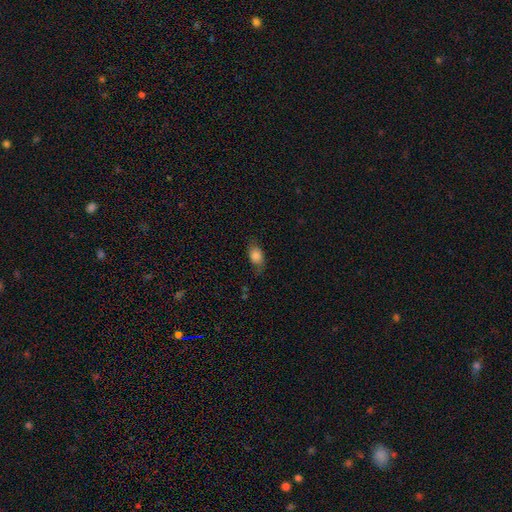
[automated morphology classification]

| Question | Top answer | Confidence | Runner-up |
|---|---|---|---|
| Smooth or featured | smooth | 80% | featured or disk (12%) |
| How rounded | in between | 84% | round (13%) |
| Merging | none | 68% | minor disturbance (23%) |